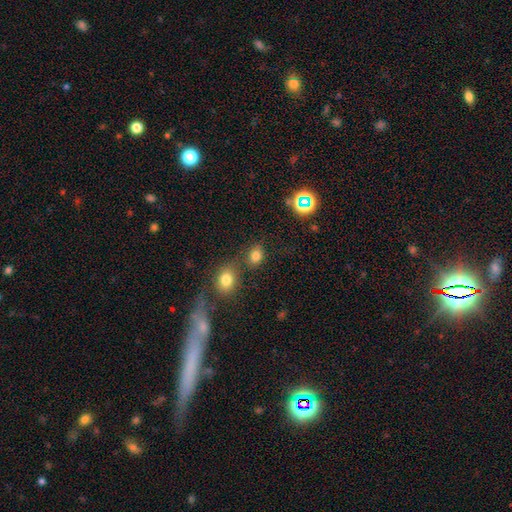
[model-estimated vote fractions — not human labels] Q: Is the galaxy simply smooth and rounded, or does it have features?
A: smooth — 78%.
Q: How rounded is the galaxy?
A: in between — 54%.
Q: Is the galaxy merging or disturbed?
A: none — 65%.